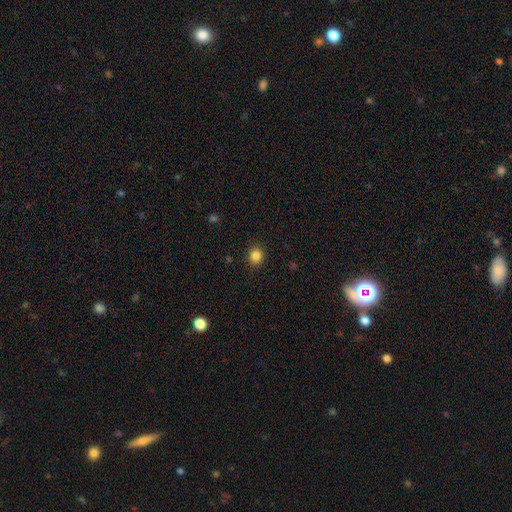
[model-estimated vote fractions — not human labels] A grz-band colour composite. It shows a smooth galaxy with no disk features (85%) that is round (80%). Merging: none (90%).